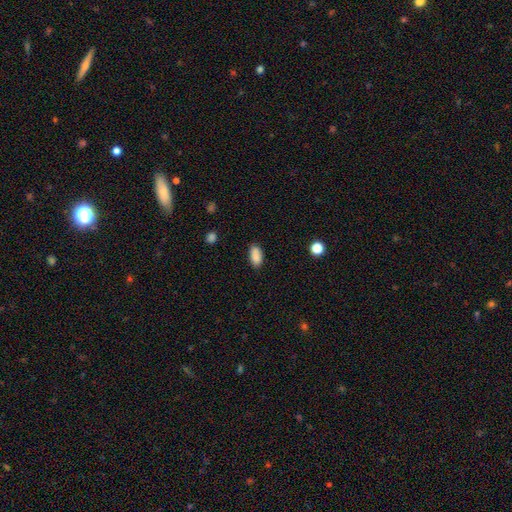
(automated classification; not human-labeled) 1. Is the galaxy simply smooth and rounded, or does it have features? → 88% smooth, 8% star or artifact, 4% featured or disk.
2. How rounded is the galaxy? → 90% in between, 6% cigar-shaped, 3% round.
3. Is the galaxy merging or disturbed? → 80% none, 15% minor disturbance, 3% major disturbance, 2% merger.